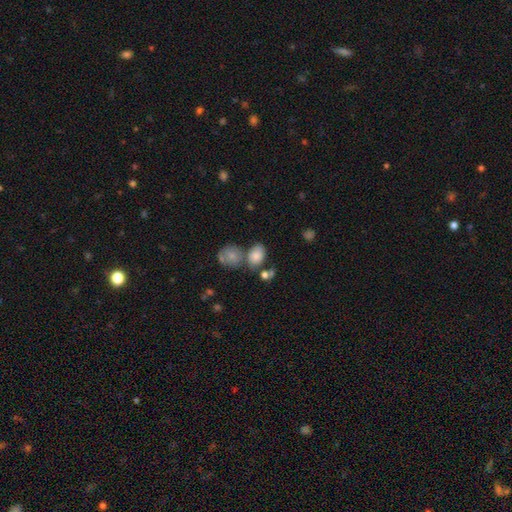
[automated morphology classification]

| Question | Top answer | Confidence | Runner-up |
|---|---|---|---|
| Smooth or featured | smooth | 81% | star or artifact (10%) |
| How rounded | in between | 68% | round (31%) |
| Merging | none | 52% | merger (29%) |